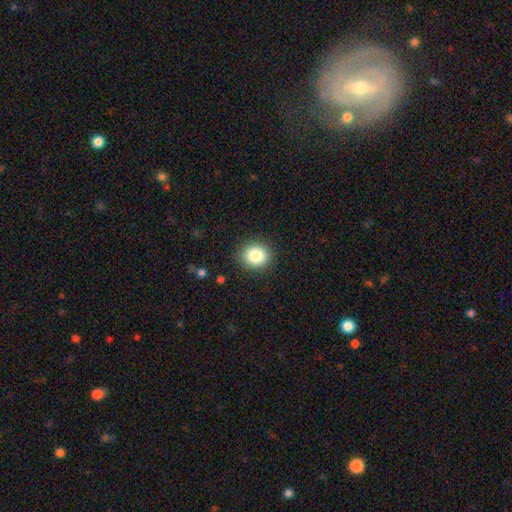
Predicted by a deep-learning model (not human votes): This appears to be a smooth galaxy with no disk features (84%) that is round (83%). Merging: none (90%).